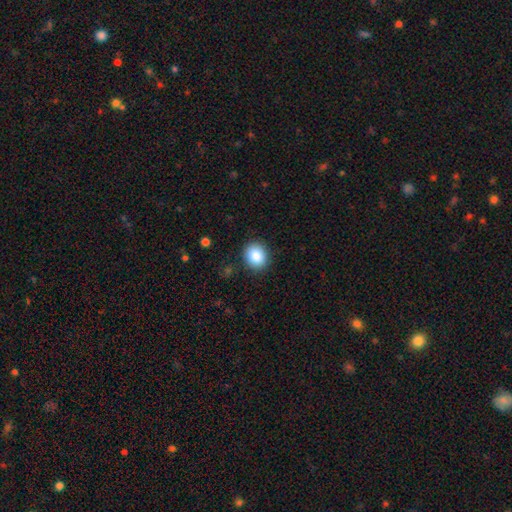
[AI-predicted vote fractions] Smooth or featured?
  - smooth: 87% *
  - star or artifact: 8%
  - featured or disk: 5%
How rounded?
  - round: 60% *
  - in between: 39%
  - cigar-shaped: 1%
Merging?
  - none: 89% *
  - minor disturbance: 8%
  - major disturbance: 2%
  - merger: 1%